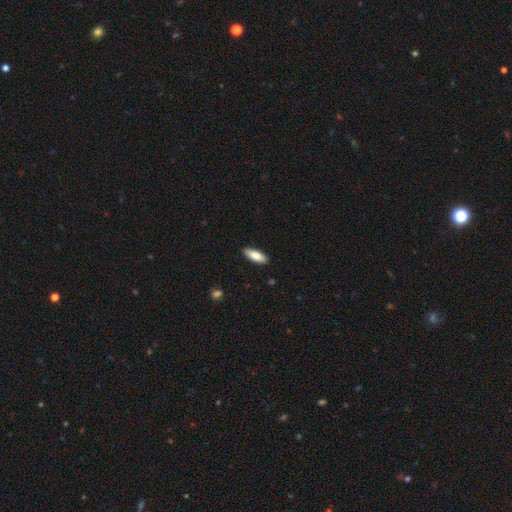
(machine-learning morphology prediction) smooth 82%, featured or disk 12%, star or artifact 6%. Down the decision tree: how rounded — in between (67%); merging — none (89%).